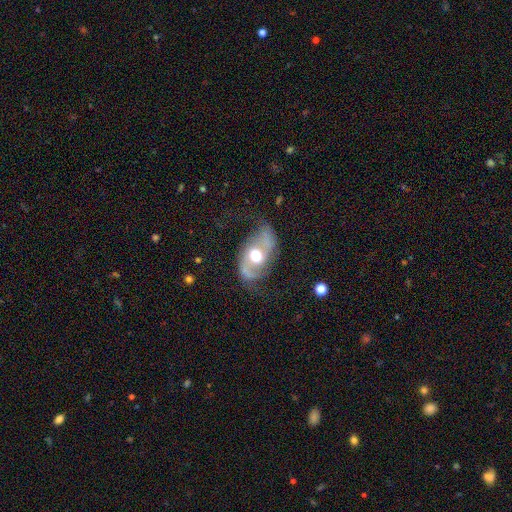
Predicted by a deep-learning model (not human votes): This is clearly a featured or disk galaxy (83%). It is clearly not viewed edge-on (96%). Bar: possibly no (55%). Spiral arm pattern: clearly yes (90%). Spiral arm count: clearly 2 (89%). Spiral winding: possibly loose (49%). Central bulge: likely moderate (64%). Merging: possibly none (58%).